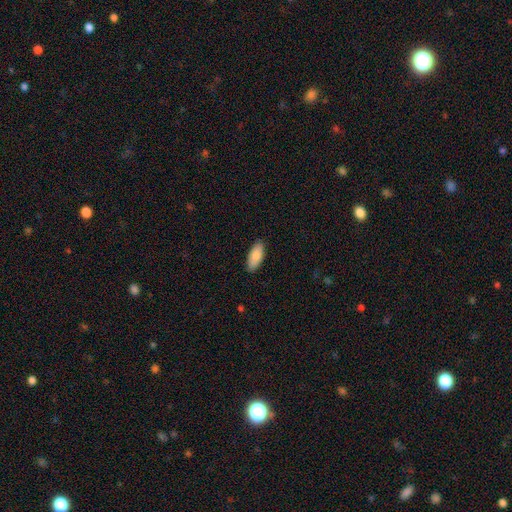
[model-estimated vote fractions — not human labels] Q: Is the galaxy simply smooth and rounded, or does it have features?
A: smooth — 86%.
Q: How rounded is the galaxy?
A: in between — 84%.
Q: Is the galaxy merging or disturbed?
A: none — 88%.